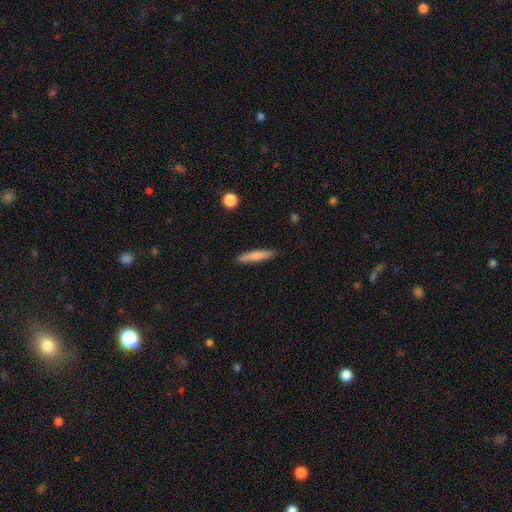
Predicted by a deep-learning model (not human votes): Smooth or featured?
  - smooth: 77% *
  - featured or disk: 17%
  - star or artifact: 6%
How rounded?
  - cigar-shaped: 87% *
  - in between: 12%
  - round: 2%
Merging?
  - none: 86% *
  - minor disturbance: 11%
  - major disturbance: 2%
  - merger: 2%